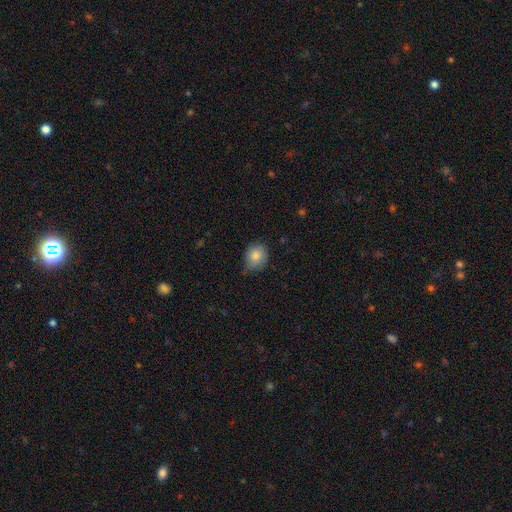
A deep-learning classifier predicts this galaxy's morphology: Overall: smooth (83%). How rounded: round (62%; in between 37%). Merging: none (63%; minor disturbance 31%).